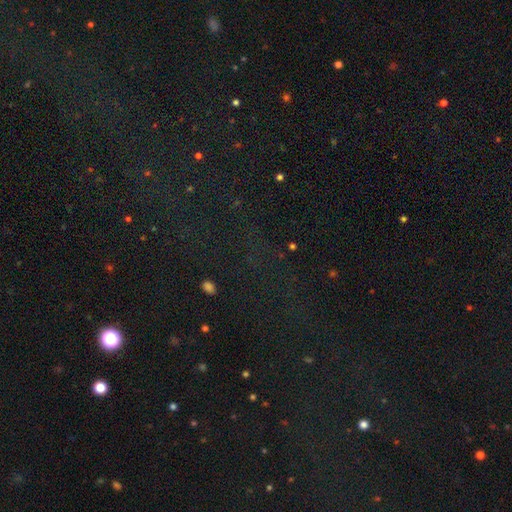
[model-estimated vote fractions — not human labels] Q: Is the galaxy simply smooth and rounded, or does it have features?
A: star or artifact — 73%.